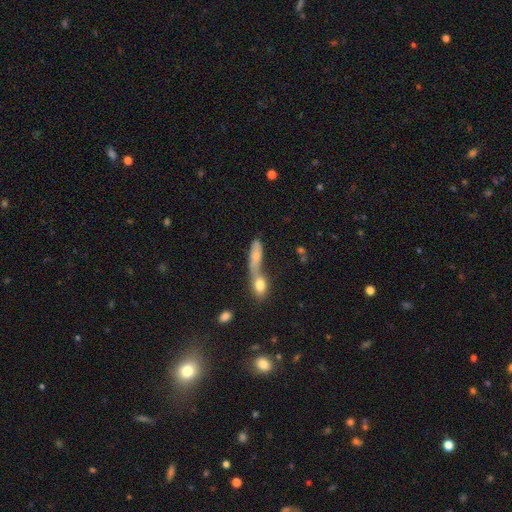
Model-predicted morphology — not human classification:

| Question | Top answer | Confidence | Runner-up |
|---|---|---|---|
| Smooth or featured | smooth | 71% | featured or disk (20%) |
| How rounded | in between | 54% | cigar-shaped (39%) |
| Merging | merger | 64% | none (20%) |